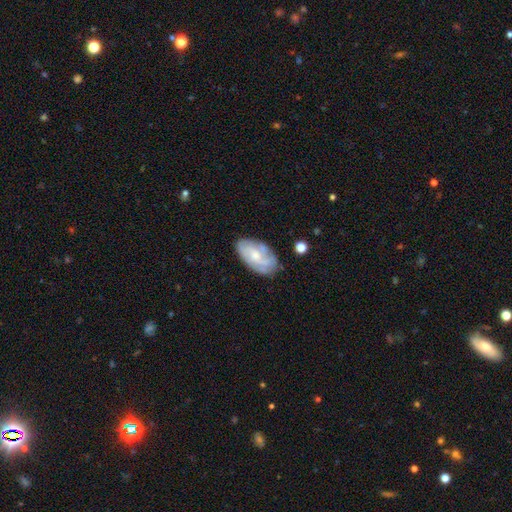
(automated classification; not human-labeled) This is possibly a featured or disk galaxy (59%). It is clearly not viewed edge-on (94%). Bar: likely no (72%). Spiral arm pattern: likely yes (76%). Central bulge: marginally small (45%). Merging: likely none (71%).